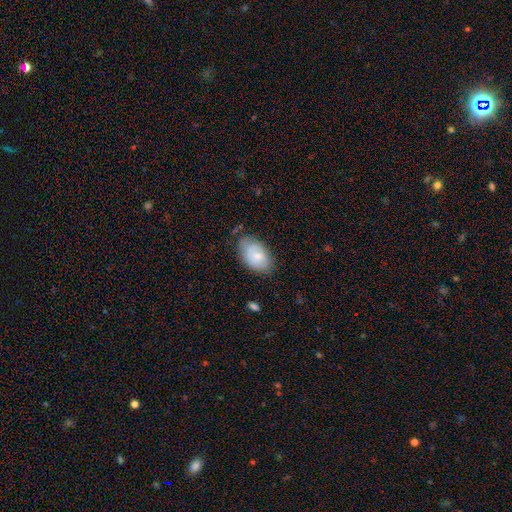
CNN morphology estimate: Q: Smooth or featured?
A: smooth (71%); runner-up: featured or disk (22%)
Q: How rounded?
A: in between (92%); runner-up: round (7%)
Q: Merging?
A: none (67%); runner-up: minor disturbance (25%)